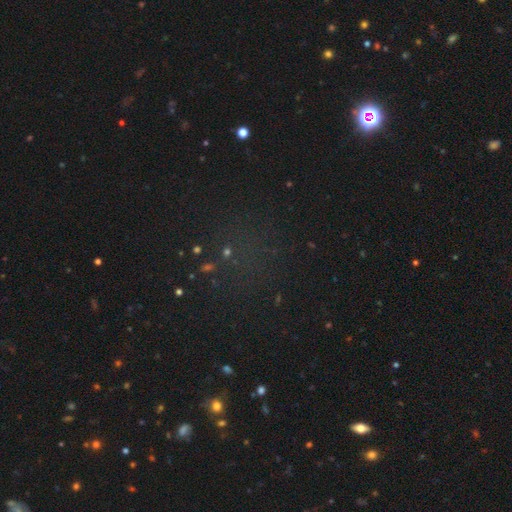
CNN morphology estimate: smooth_or_featured: star or artifact (p=0.66) [alt: smooth p=0.24]